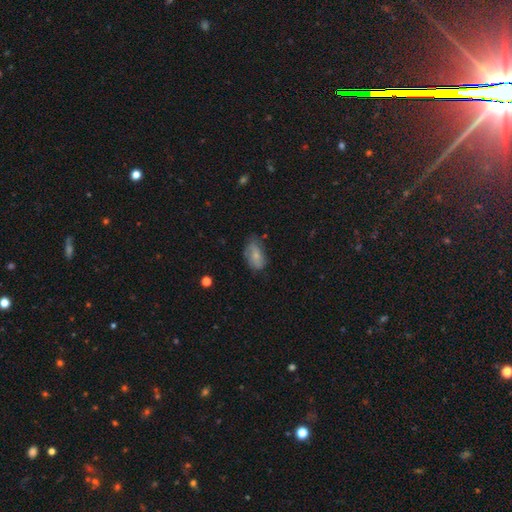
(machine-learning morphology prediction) Overall: smooth (67%). How rounded: in between (90%). Merging: none (61%; minor disturbance 29%).